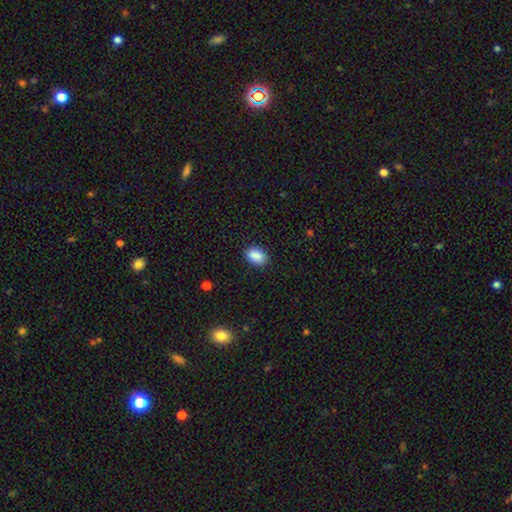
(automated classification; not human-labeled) This appears to be a smooth galaxy with no disk features (89%) that is in between round and cigar-shaped (88%). Merging: none (87%).